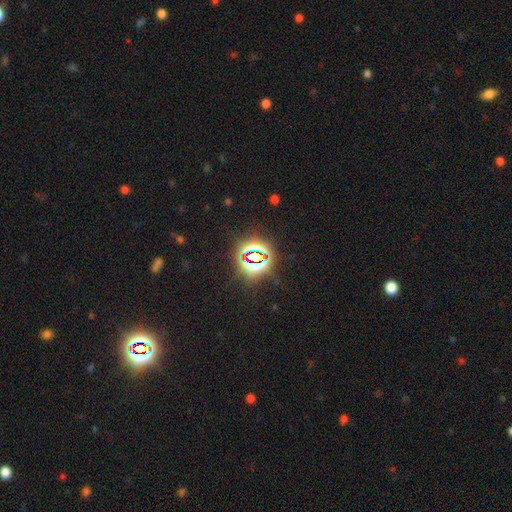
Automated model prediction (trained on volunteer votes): Q: Smooth or featured?
A: star or artifact (79%); runner-up: smooth (14%)